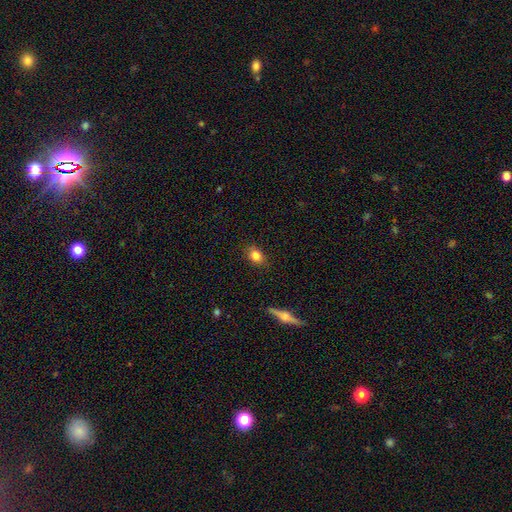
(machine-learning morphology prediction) smooth-or-featured: smooth: 81% | star or artifact: 10% | featured or disk: 9%
  how-rounded: in between: 52% | round: 45% | cigar-shaped: 2%
  merging: none: 86% | minor disturbance: 10% | major disturbance: 2% | merger: 1%